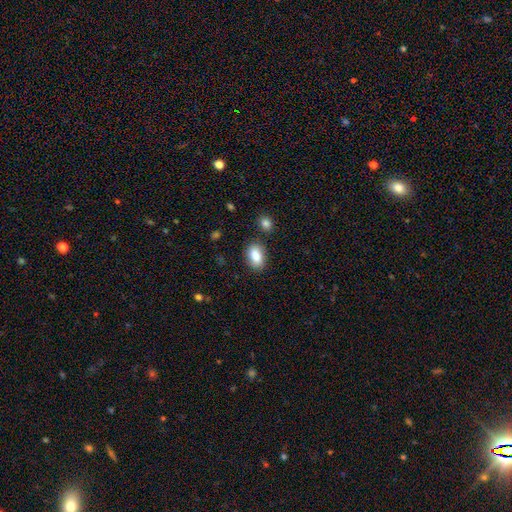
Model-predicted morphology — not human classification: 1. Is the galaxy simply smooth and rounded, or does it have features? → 85% smooth, 8% featured or disk, 7% star or artifact.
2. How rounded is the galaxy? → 87% in between, 12% round, 2% cigar-shaped.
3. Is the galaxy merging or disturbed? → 80% none, 12% minor disturbance, 5% merger, 3% major disturbance.